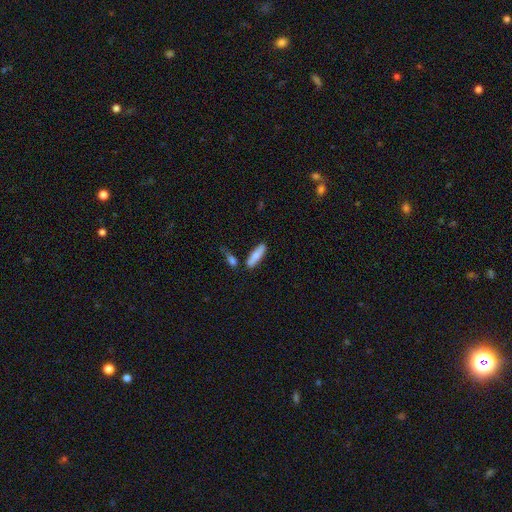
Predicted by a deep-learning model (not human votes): smooth-or-featured: smooth: 81% | featured or disk: 13% | star or artifact: 6%
  how-rounded: cigar-shaped: 68% | in between: 31% | round: 2%
  merging: none: 71% | minor disturbance: 15% | merger: 10% | major disturbance: 4%